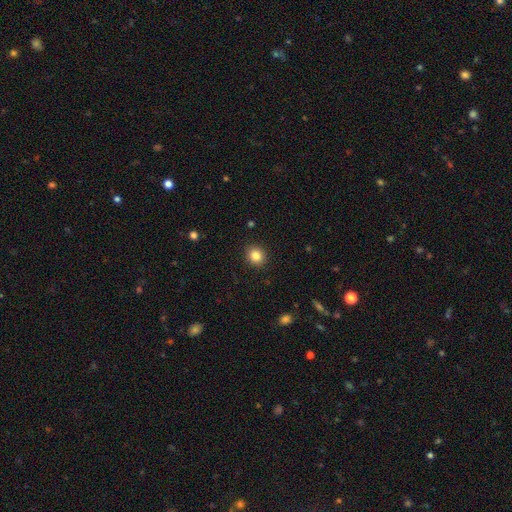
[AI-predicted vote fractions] Overall: smooth (84%). How rounded: round (81%). Merging: none (91%).